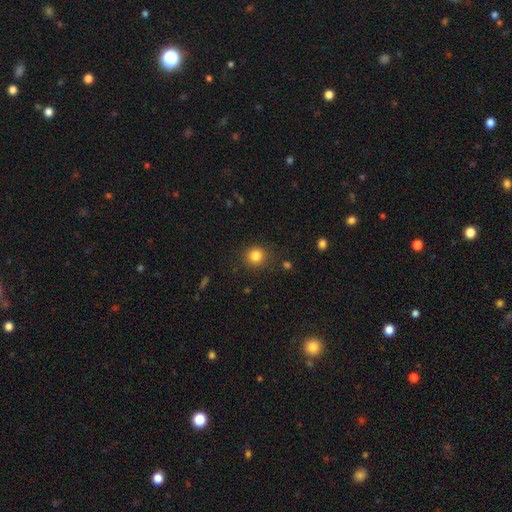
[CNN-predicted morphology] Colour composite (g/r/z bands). It shows a smooth galaxy with no disk features (83%) that is round (91%). Merging: none (88%).